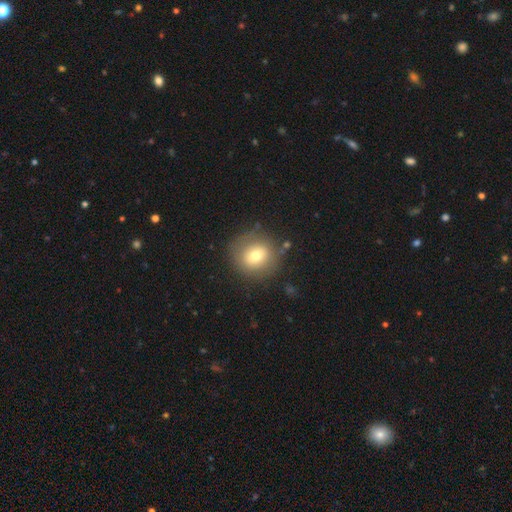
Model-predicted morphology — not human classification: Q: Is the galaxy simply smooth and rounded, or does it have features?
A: smooth — 70%.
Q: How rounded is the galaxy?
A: round — 87%.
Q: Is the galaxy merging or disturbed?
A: none — 81%.